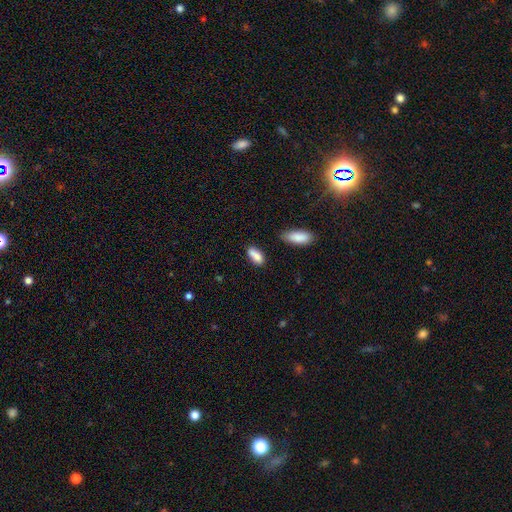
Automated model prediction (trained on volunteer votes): Smooth or featured: smooth — 85% (star or artifact — 8%)
How rounded: in between — 80% (cigar-shaped — 17%)
Merging: none — 68% (minor disturbance — 20%)